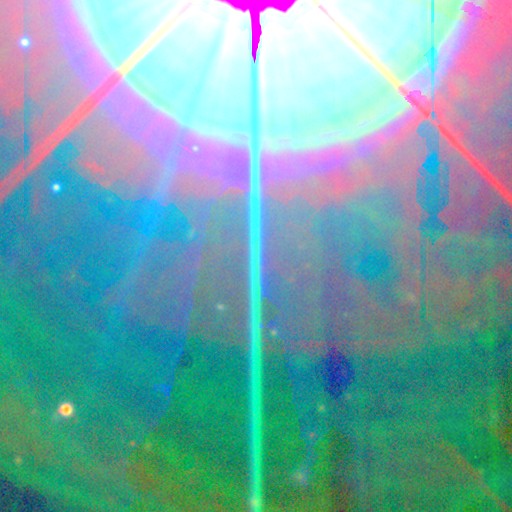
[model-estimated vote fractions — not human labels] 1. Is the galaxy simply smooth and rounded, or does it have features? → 84% star or artifact, 10% featured or disk, 6% smooth.